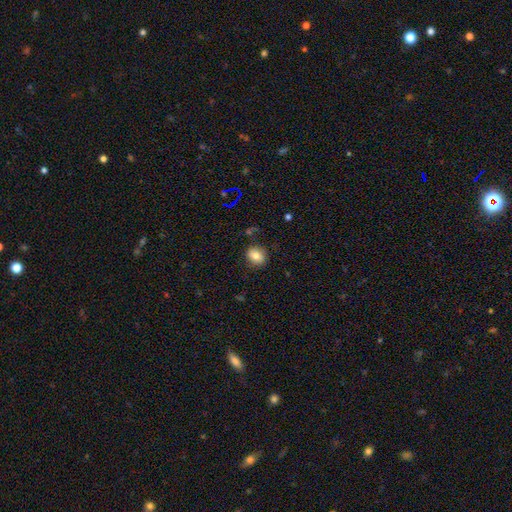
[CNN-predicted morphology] Smooth or featured: smooth — 78% (featured or disk — 11%)
How rounded: round — 64% (in between — 35%)
Merging: none — 83% (minor disturbance — 12%)